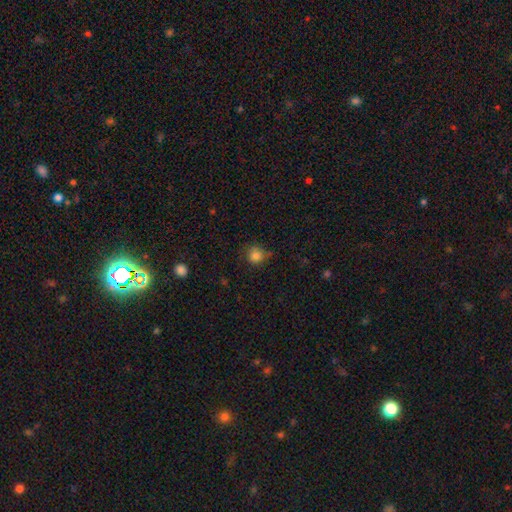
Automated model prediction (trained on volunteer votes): Smooth or featured? smooth (83%)
How rounded? round (90%)
Merging? none (74%)